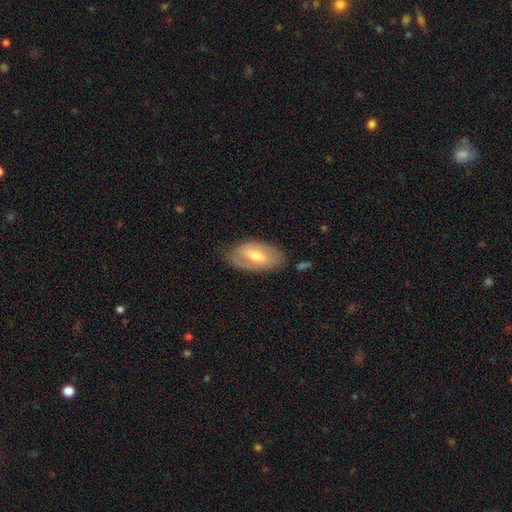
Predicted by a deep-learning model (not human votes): Morphology: type=featured or disk (57%); edge-on=no (90%); bar=weak (44%); spiral arms=yes (57%); bulge=moderate (65%); merging=none (71%).